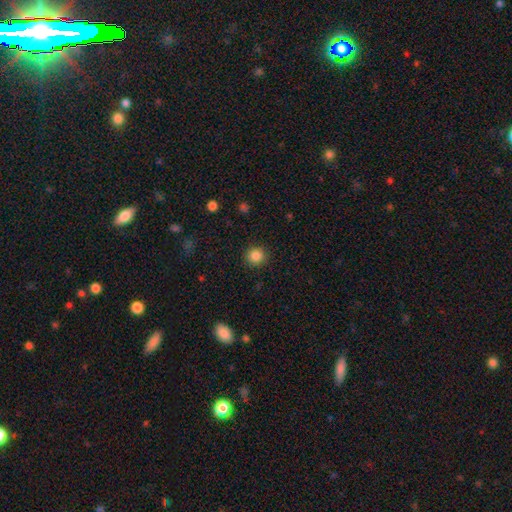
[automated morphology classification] Smooth or featured? smooth (85%)
How rounded? round (92%)
Merging? none (91%)